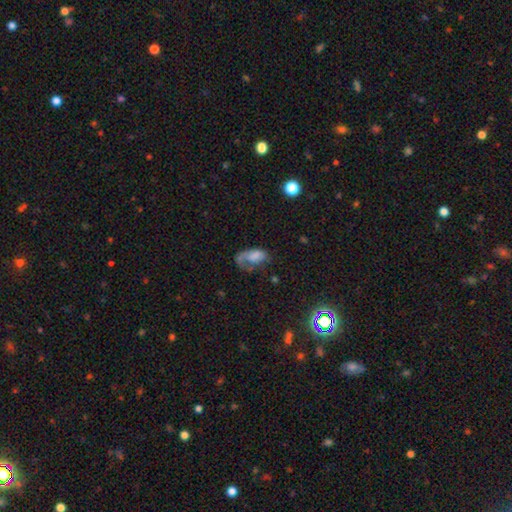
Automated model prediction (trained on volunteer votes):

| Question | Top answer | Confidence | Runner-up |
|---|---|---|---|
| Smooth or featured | smooth | 48% | featured or disk (42%) |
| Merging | major disturbance | 47% | none (28%) |